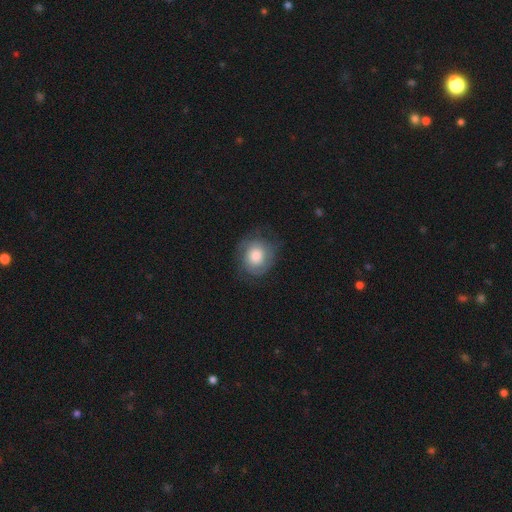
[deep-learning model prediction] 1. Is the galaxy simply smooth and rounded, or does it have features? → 47% smooth, 45% featured or disk, 8% star or artifact.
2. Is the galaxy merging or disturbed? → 71% none, 19% minor disturbance, 9% major disturbance, 1% merger.